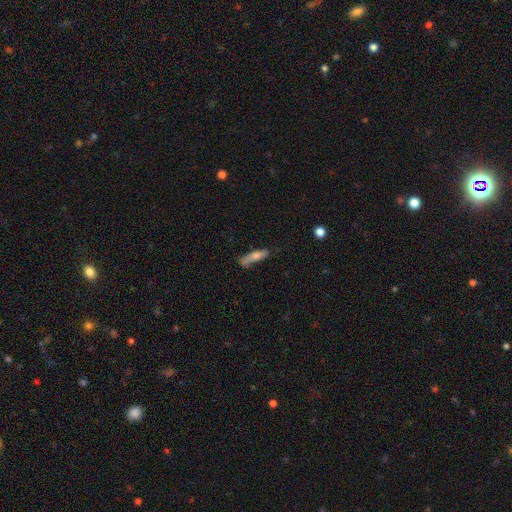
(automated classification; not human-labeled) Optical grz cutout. It shows a smooth galaxy with no disk features (59%) that is cigar-shaped (75%). Merging: none (58%).